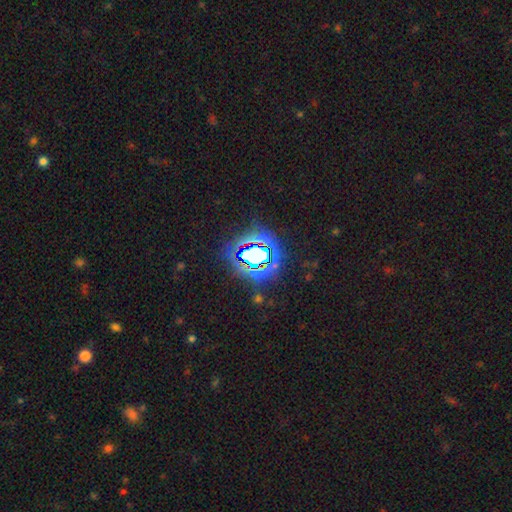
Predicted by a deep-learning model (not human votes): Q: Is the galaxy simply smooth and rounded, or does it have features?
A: star or artifact — 71%.